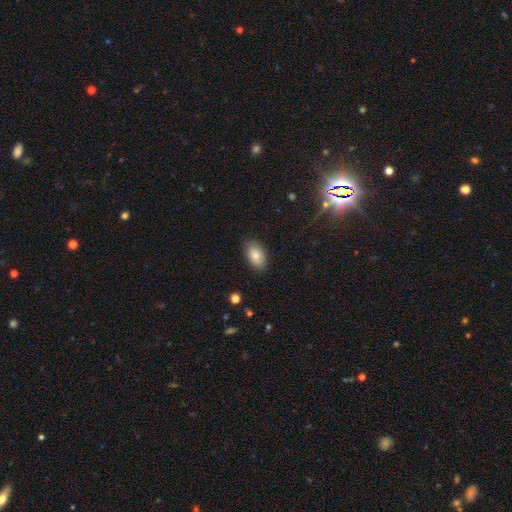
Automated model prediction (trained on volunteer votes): The model was most divided on "merging": none: 84%, minor disturbance: 12%, major disturbance: 3%, merger: 1%. More confident: how rounded — in between (90%); smooth or featured — smooth (83%).